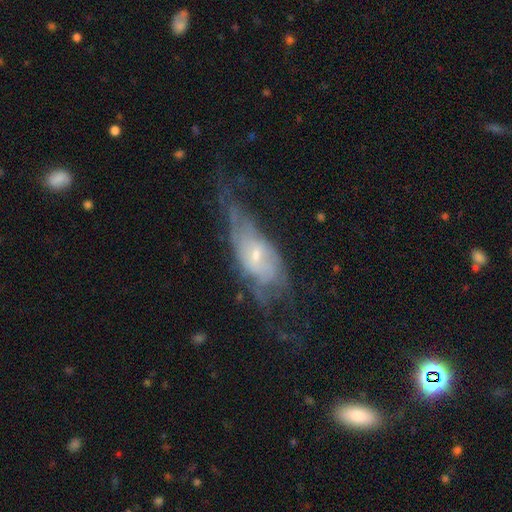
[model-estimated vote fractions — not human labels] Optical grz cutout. It shows a featured or disk galaxy (63%) with no bar (64%), spiral arms (55%) and a small central bulge (60%). Merging: none (37%).